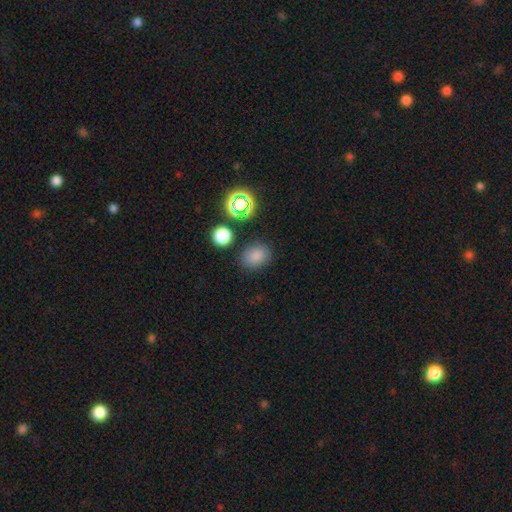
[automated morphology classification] smooth 79%, star or artifact 15%, featured or disk 6%. Down the decision tree: how rounded — in between (60%); merging — none (81%).